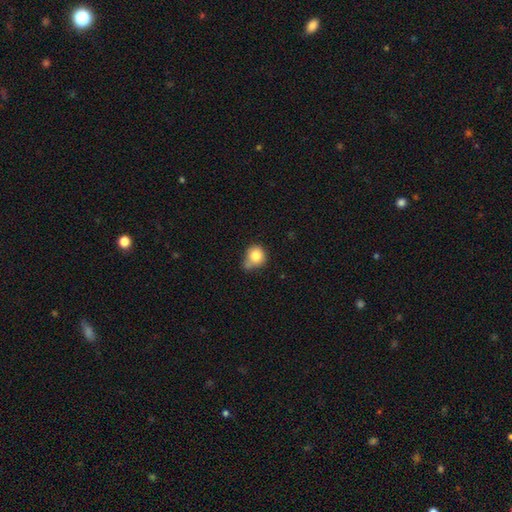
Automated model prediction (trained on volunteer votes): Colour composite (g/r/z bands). It shows a smooth galaxy with no disk features (81%) that is round (82%). Merging: none (44%).